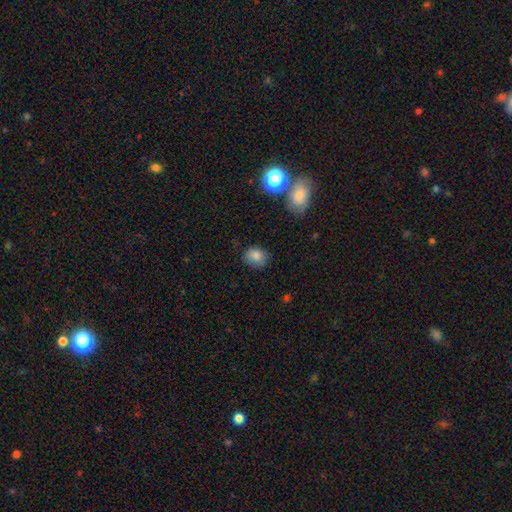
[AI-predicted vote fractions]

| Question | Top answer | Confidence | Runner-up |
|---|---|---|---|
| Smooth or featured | smooth | 82% | star or artifact (11%) |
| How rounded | round | 52% | in between (47%) |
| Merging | none | 79% | minor disturbance (15%) |